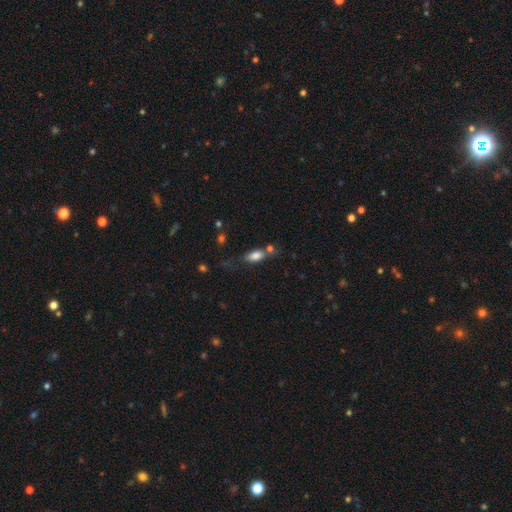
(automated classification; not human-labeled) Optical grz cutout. It shows a smooth galaxy with no disk features (80%) that is in between round and cigar-shaped (83%). Merging: none (53%).